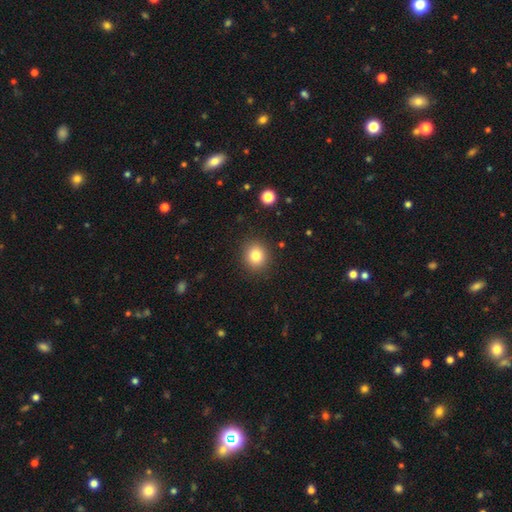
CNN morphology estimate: A smooth galaxy with no disk features (81%) that is round (83%).

Vote fractions:
- Smooth or featured? smooth: 81% / star or artifact: 12% / featured or disk: 7%
- How rounded? round: 83% / in between: 16% / cigar-shaped: 1%
- Merging? none: 90% / minor disturbance: 7% / major disturbance: 2% / merger: 1%